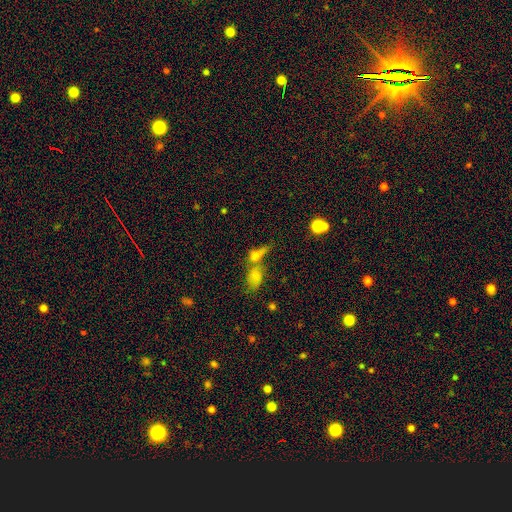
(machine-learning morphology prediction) Smooth or featured? Predicted: smooth (p=0.61). How rounded? Predicted: in between (p=0.55). Merging? Predicted: merger (p=0.54).